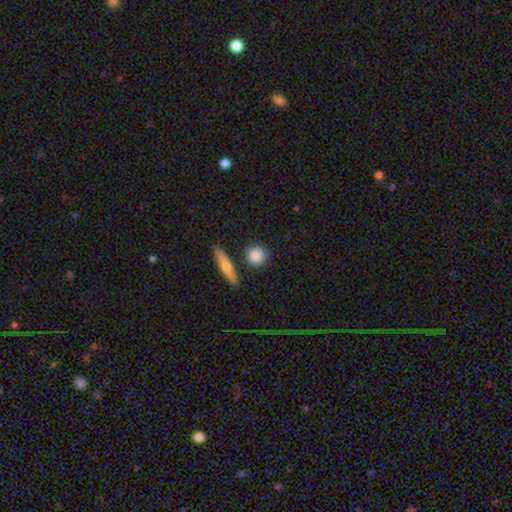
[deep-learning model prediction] smooth 84%, featured or disk 9%, star or artifact 7%. Down the decision tree: how rounded — round (85%); merging — none (84%).